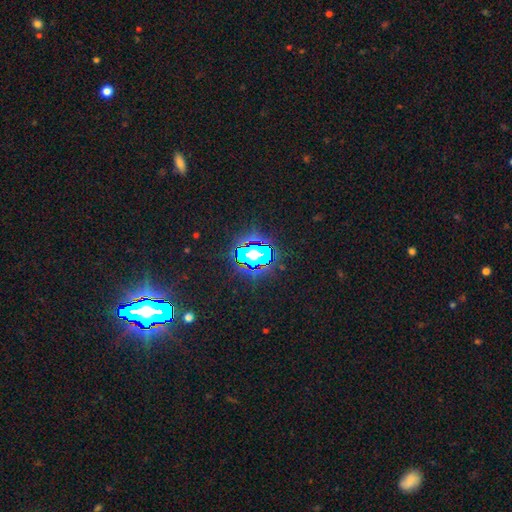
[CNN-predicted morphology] smooth_or_featured: star or artifact (p=0.58) [alt: smooth p=0.28]